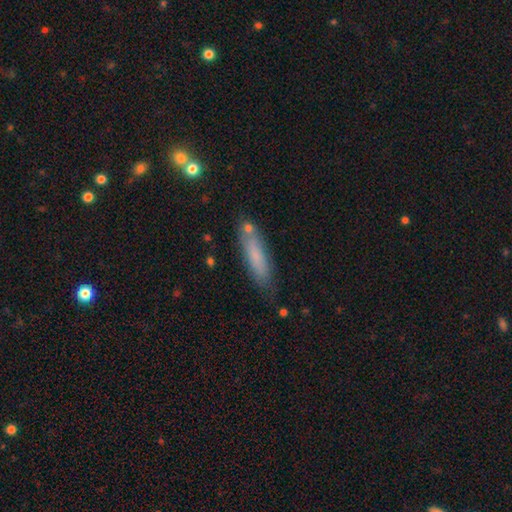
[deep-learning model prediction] The model was most divided on "how rounded": cigar-shaped: 74%, in between: 24%, round: 2%. More confident: merging — none (75%); smooth or featured — smooth (73%).